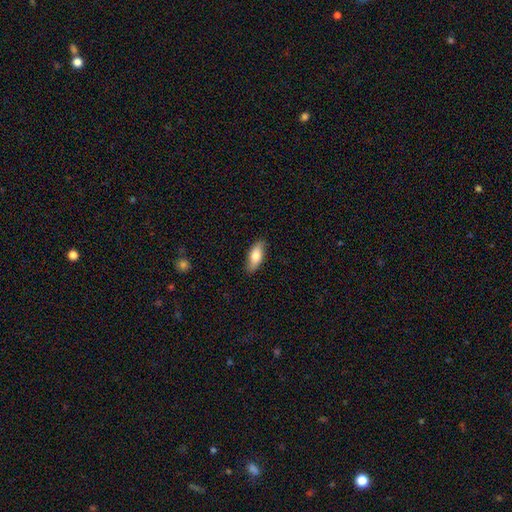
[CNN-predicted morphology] smooth_or_featured: smooth (p=0.75) [alt: featured or disk p=0.19]
how_rounded: in between (p=0.77) [alt: cigar-shaped p=0.21]
merging: none (p=0.86) [alt: minor disturbance p=0.11]